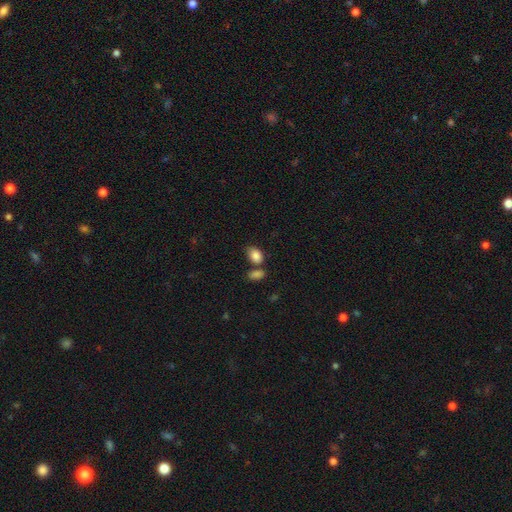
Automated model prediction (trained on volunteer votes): smooth_or_featured: smooth (p=0.86) [alt: star or artifact p=0.08]
how_rounded: in between (p=0.85) [alt: round p=0.14]
merging: none (p=0.57) [alt: merger p=0.23]